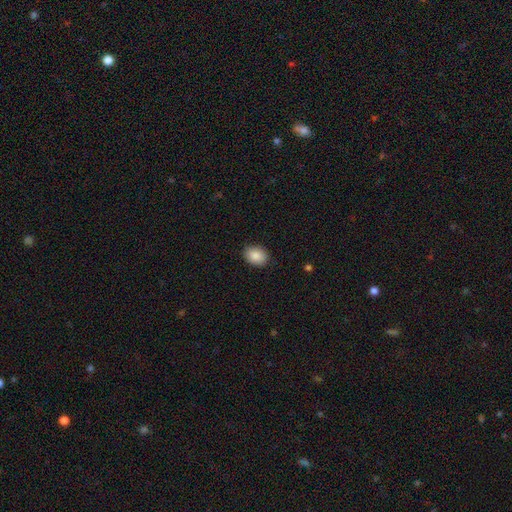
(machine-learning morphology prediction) Smooth or featured? Predicted: smooth (p=0.89). How rounded? Predicted: in between (p=0.66). Merging? Predicted: none (p=0.88).